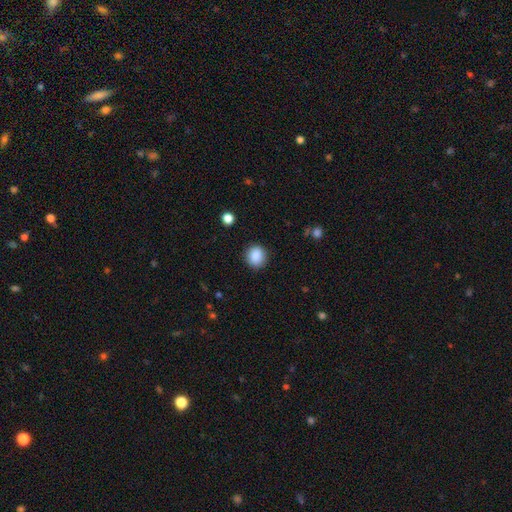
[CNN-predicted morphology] A smooth galaxy with no disk features (88%) that is round (86%). Merging: none (90%).